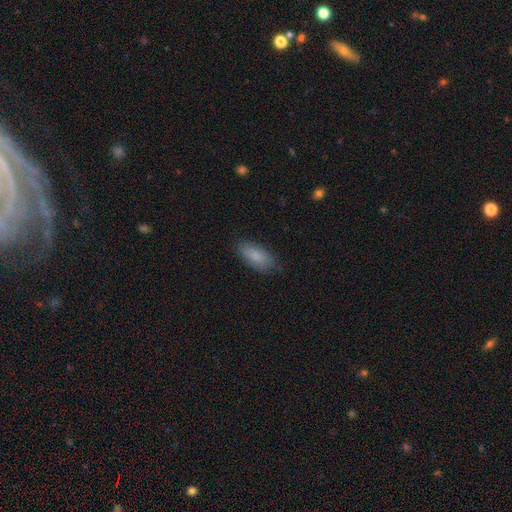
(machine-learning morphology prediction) Smooth or featured? smooth (83%)
How rounded? in between (86%)
Merging? none (80%)